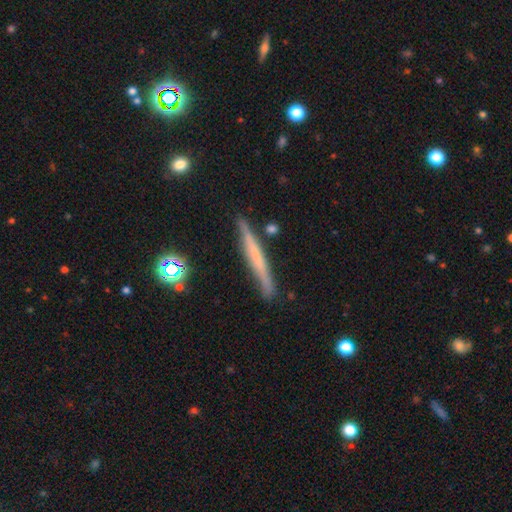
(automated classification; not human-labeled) This is possibly a smooth galaxy (47%). Merging: clearly none (84%).